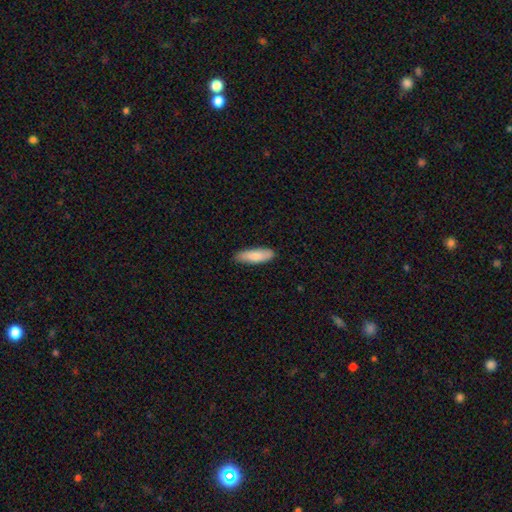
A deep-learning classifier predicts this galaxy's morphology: The model was most divided on "how rounded": in between: 50%, cigar-shaped: 48%, round: 1%. More confident: merging — none (84%); smooth or featured — smooth (84%).